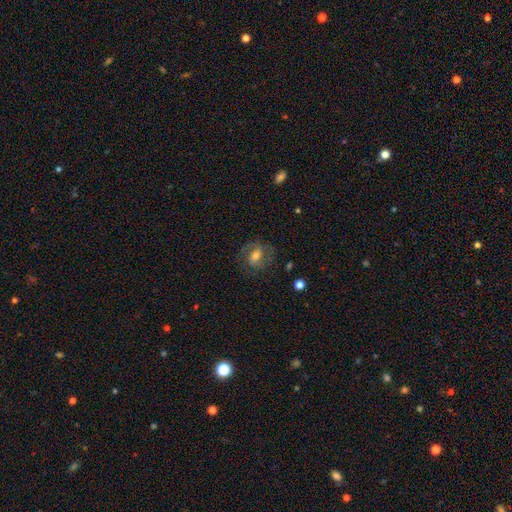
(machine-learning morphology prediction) This is possibly a featured or disk galaxy (57%). It is clearly not viewed edge-on (96%). Bar: possibly weak (45%). Spiral arm pattern: clearly yes (82%). Central bulge: likely moderate (60%). Merging: likely none (71%).